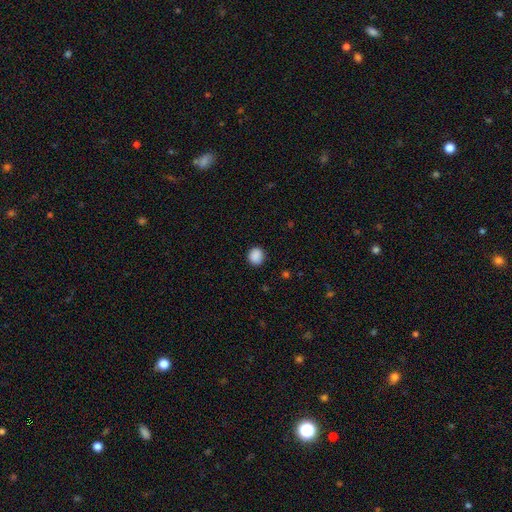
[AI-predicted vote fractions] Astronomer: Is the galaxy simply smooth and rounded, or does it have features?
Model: smooth — 89%.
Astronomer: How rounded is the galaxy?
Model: round — 80%.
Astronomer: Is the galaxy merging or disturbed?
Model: none — 90%.